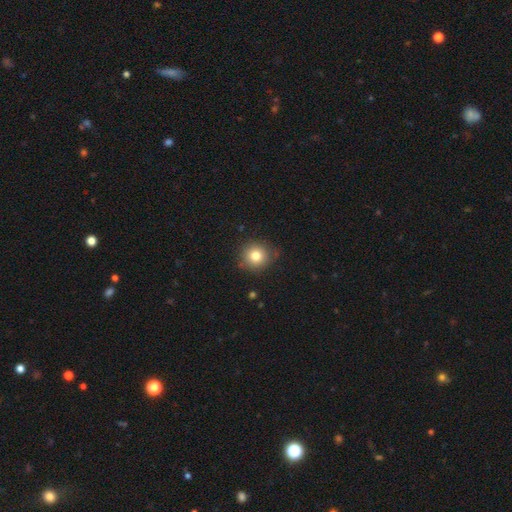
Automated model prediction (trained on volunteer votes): This appears to be a smooth galaxy with no disk features (80%) that is round (92%). Merging: none (85%).